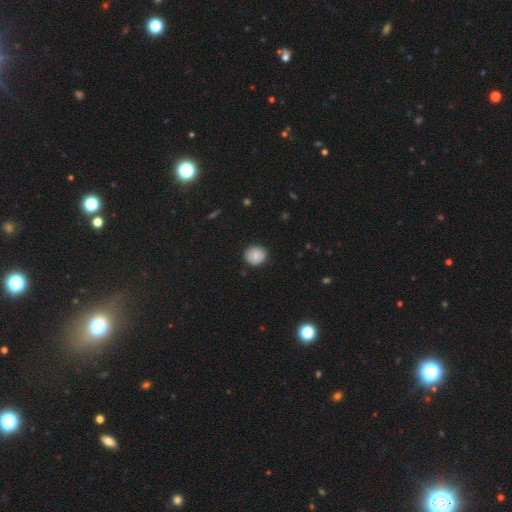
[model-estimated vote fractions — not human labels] The model was most divided on "smooth or featured": smooth: 86%, star or artifact: 8%, featured or disk: 6%. More confident: how rounded — round (89%); merging — none (88%).